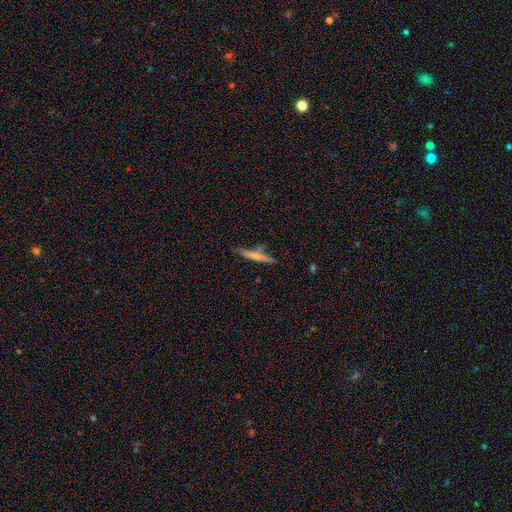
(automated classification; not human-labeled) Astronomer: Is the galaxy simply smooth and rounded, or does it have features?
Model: smooth — 62%.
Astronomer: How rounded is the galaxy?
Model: cigar-shaped — 94%.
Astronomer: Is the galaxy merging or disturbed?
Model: none — 79%.